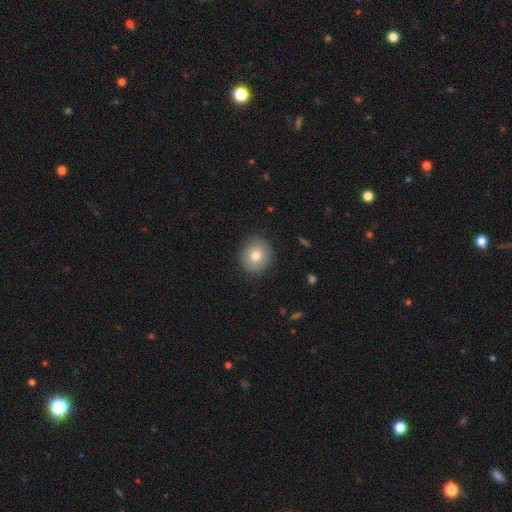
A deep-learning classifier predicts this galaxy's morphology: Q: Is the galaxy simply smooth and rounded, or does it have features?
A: smooth — 75%.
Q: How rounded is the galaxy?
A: round — 86%.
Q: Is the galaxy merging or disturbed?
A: none — 88%.